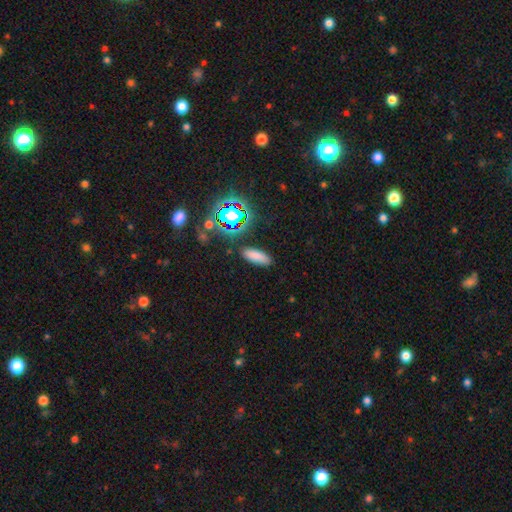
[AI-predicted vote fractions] Smooth or featured? smooth (77%)
How rounded? in between (65%)
Merging? none (86%)